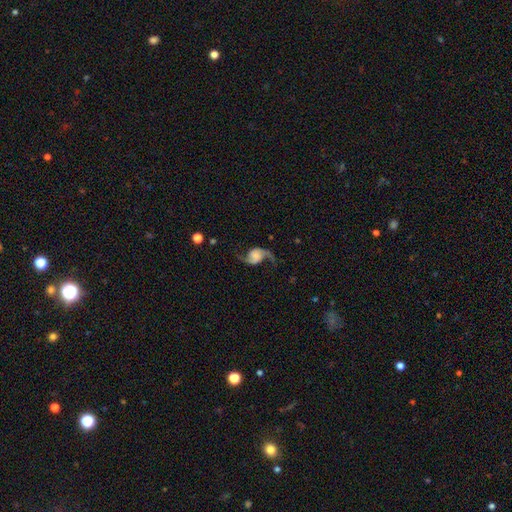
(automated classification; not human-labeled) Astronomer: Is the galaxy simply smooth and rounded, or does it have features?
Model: featured or disk — 87%.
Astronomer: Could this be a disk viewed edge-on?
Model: no — 98%.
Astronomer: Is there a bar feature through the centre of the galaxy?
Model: no — 62%.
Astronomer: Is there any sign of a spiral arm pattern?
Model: yes — 97%.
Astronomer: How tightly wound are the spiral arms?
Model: loose — 75%.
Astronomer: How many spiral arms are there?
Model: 2 — 93%.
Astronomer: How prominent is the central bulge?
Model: none — 47%.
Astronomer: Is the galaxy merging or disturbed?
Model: none — 73%.